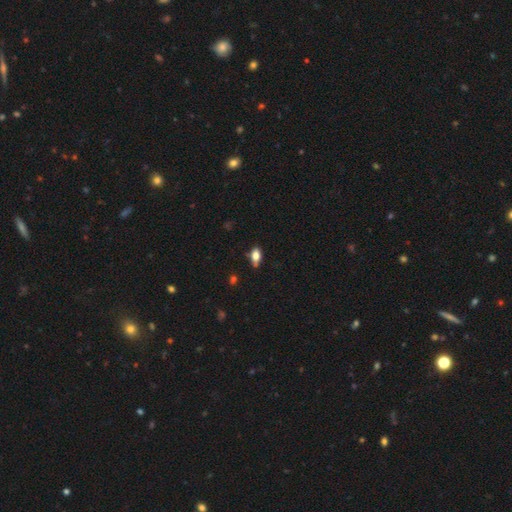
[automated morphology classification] A smooth galaxy with no disk features (70%) that is in between round and cigar-shaped (84%). Merging: none (66%).